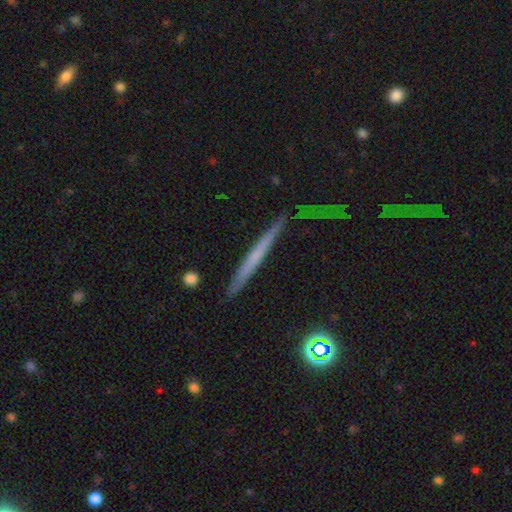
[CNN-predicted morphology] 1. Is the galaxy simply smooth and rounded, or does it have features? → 50% featured or disk, 42% smooth, 9% star or artifact.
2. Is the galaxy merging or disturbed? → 81% none, 13% minor disturbance, 3% major disturbance, 3% merger.